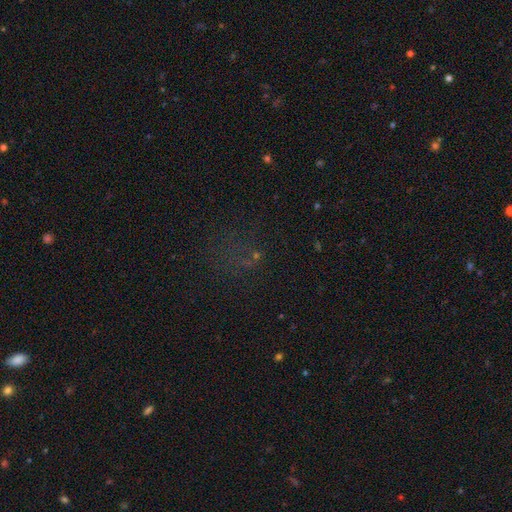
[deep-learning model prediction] A star or artifact, not a galaxy (55%).